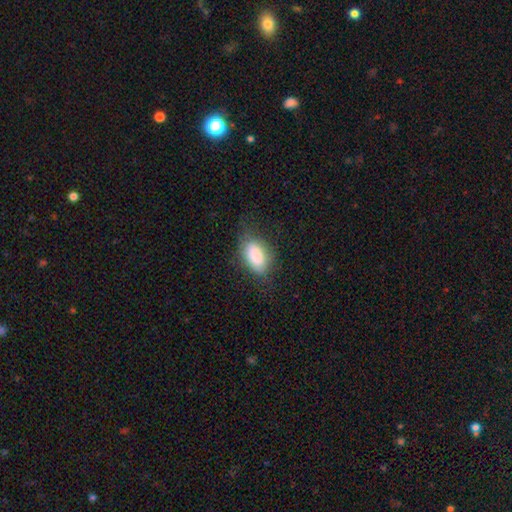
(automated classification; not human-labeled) A smooth galaxy with no disk features (85%) that is in between round and cigar-shaped (92%). Merging: none (67%).